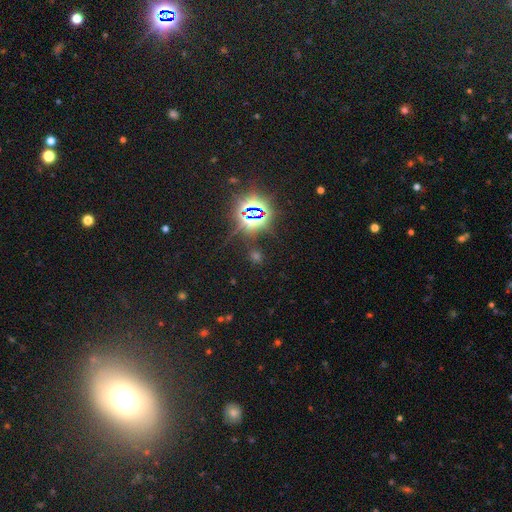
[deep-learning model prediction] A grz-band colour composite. It shows a star or artifact, not a galaxy (74%).